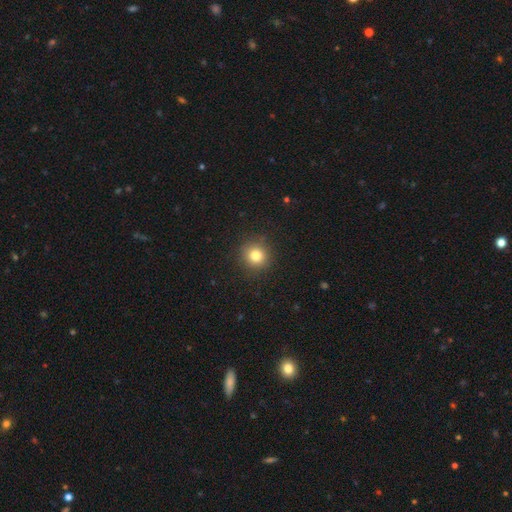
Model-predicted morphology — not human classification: smooth_or_featured: smooth (p=0.81) [alt: star or artifact p=0.12]
how_rounded: round (p=0.92) [alt: in between p=0.07]
merging: none (p=0.90) [alt: minor disturbance p=0.07]